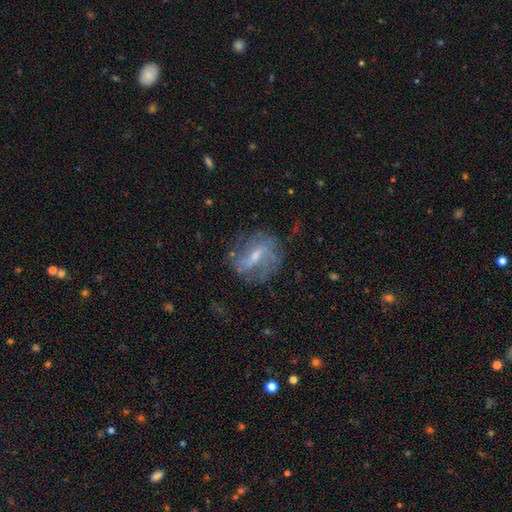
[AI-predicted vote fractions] smooth-or-featured: featured or disk: 70% | smooth: 21% | star or artifact: 9%
  disk-edge-on: no: 93% | yes: 7%
    bar: weak: 48% | strong: 32% | no: 20%
    has-spiral-arms: yes: 73% | no: 27%
    bulge-size: small: 48% | moderate: 41% | none: 7% | large: 3% | dominant: 1%
  merging: none: 65% | minor disturbance: 20% | major disturbance: 13% | merger: 2%